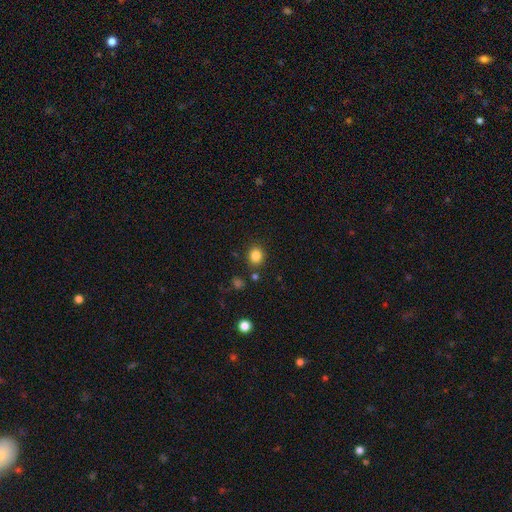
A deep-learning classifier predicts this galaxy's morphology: This appears to be a smooth galaxy with no disk features (84%) that is round (76%). Merging: none (86%).